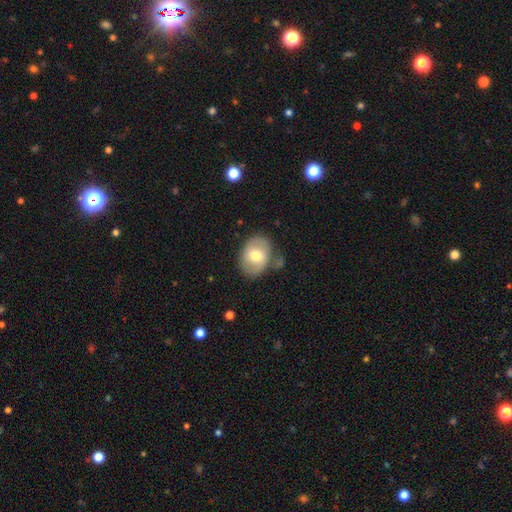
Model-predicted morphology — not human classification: Q: Smooth or featured?
A: smooth (58%); runner-up: featured or disk (35%)
Q: How rounded?
A: in between (66%); runner-up: round (33%)
Q: Merging?
A: none (67%); runner-up: minor disturbance (19%)